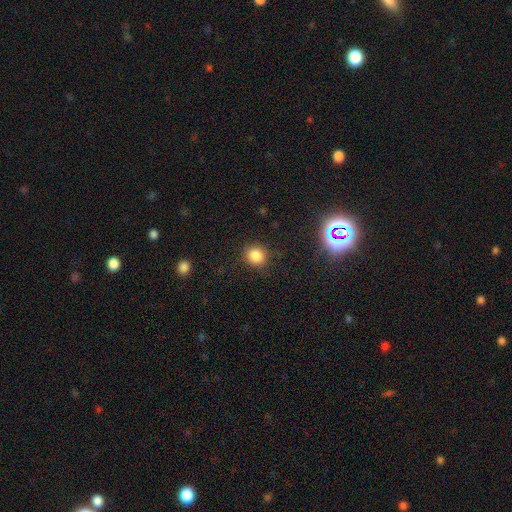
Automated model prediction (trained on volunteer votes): smooth 83%, star or artifact 13%, featured or disk 5%. Down the decision tree: how rounded — round (79%); merging — none (84%).